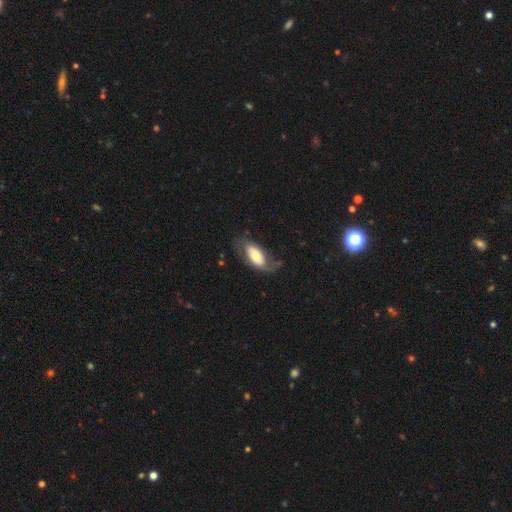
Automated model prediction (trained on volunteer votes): A smooth galaxy with no disk features (51%) that is in between round and cigar-shaped (89%). Merging: none (53%).